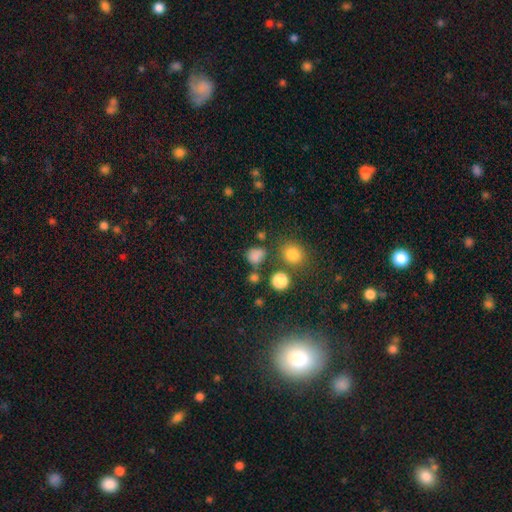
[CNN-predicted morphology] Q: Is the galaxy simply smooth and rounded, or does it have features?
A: smooth — 77%.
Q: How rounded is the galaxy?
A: round — 62%.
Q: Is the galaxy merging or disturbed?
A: none — 66%.